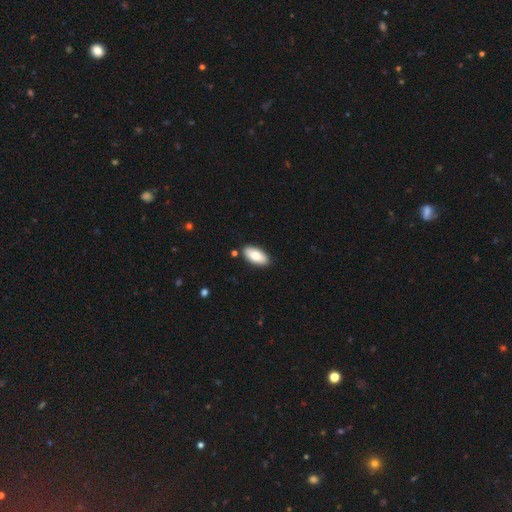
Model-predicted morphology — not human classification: Smooth or featured? Predicted: smooth (p=0.79). How rounded? Predicted: in between (p=0.92). Merging? Predicted: none (p=0.88).